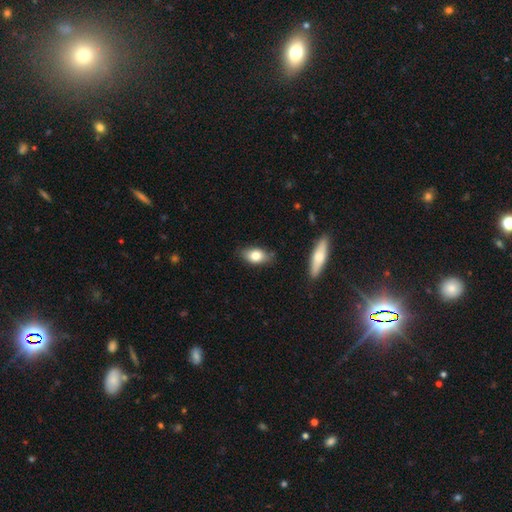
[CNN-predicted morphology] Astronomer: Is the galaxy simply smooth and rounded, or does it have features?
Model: smooth — 79%.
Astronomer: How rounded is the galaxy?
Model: in between — 87%.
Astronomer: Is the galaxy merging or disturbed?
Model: none — 78%.